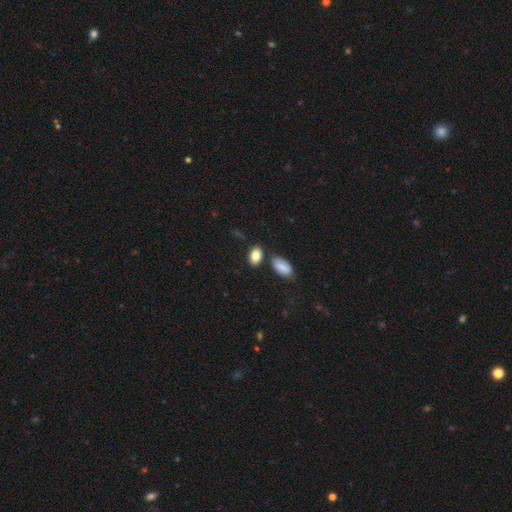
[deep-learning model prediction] Q: Smooth or featured?
A: smooth (85%); runner-up: star or artifact (8%)
Q: How rounded?
A: in between (86%); runner-up: round (12%)
Q: Merging?
A: none (74%); runner-up: minor disturbance (12%)